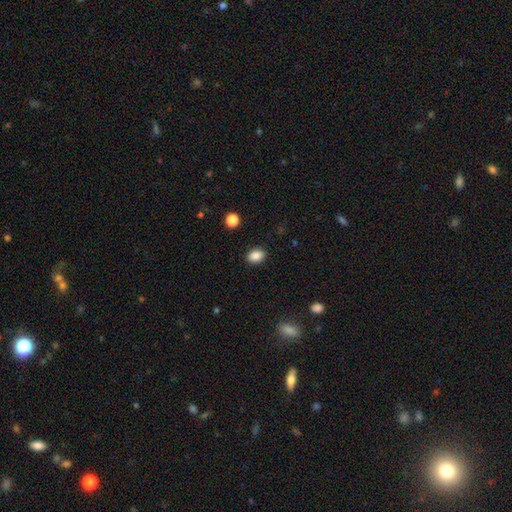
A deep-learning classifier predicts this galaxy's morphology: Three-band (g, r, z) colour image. It shows a smooth galaxy with no disk features (87%) that is in between round and cigar-shaped (73%). Merging: none (89%).